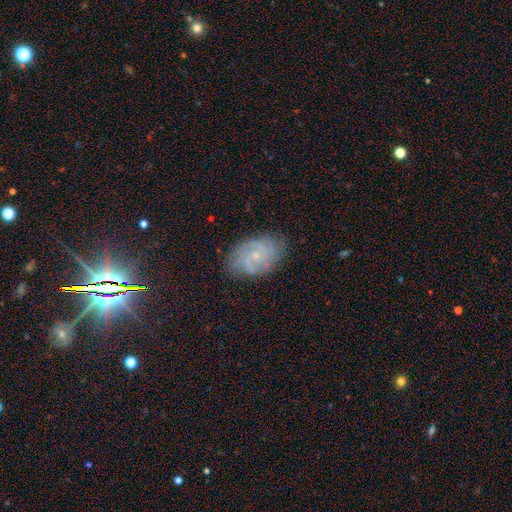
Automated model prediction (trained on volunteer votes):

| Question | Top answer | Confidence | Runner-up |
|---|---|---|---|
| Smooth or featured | featured or disk | 76% | smooth (14%) |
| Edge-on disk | no | 97% | yes (3%) |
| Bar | no | 70% | weak (26%) |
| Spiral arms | yes | 95% | no (5%) |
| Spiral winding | tight | 58% | medium (33%) |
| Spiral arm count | can't tell | 33% | 2 (18%) |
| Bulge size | small | 80% | moderate (14%) |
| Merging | none | 79% | minor disturbance (15%) |